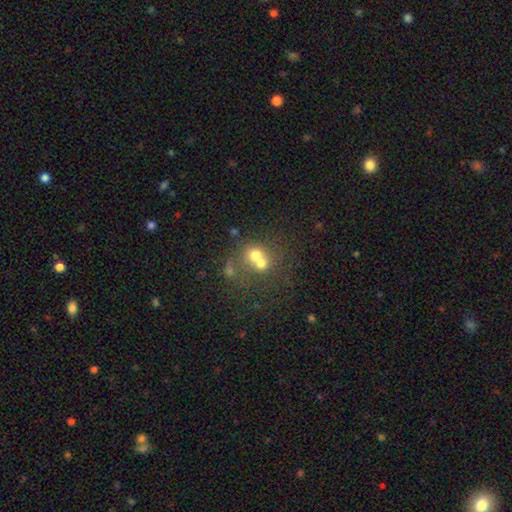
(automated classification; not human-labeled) A smooth galaxy with no disk features (61%) that is round (75%). Merging: merger (63%).